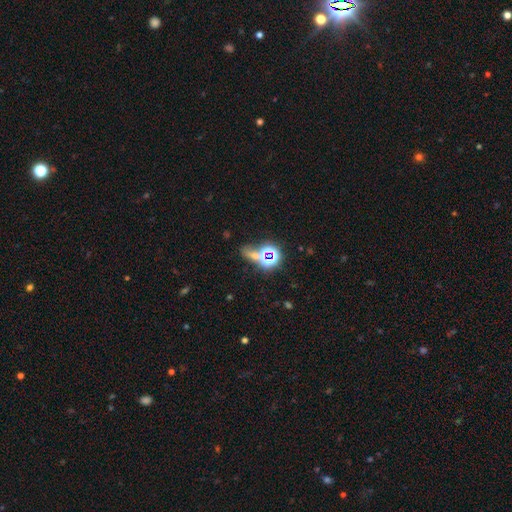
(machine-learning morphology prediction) A star or artifact, not a galaxy (65%).